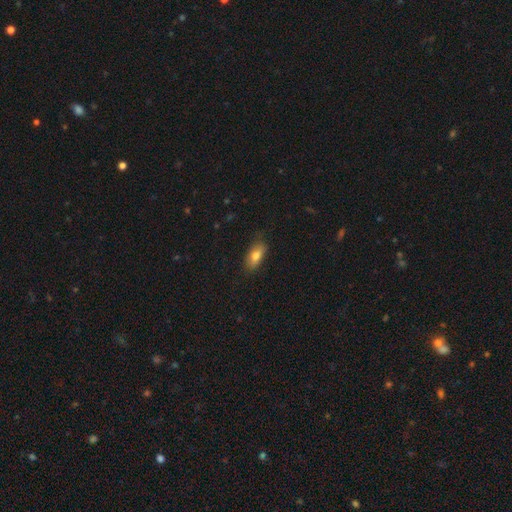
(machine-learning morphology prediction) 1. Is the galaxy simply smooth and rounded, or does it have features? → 77% smooth, 15% featured or disk, 7% star or artifact.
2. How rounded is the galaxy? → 84% in between, 12% cigar-shaped, 4% round.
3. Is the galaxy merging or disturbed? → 78% none, 18% minor disturbance, 4% major disturbance, 1% merger.